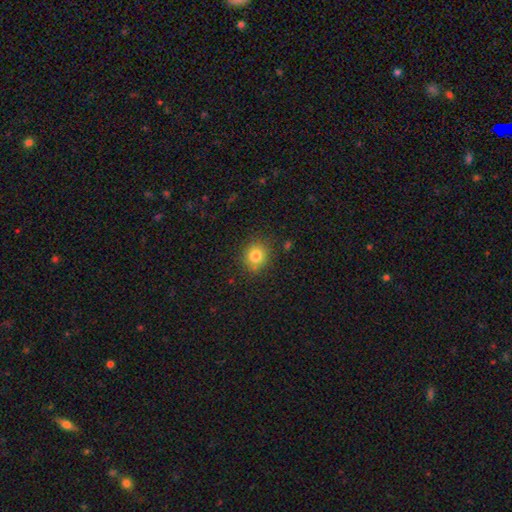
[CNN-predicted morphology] Smooth or featured? smooth (82%)
How rounded? round (80%)
Merging? none (85%)